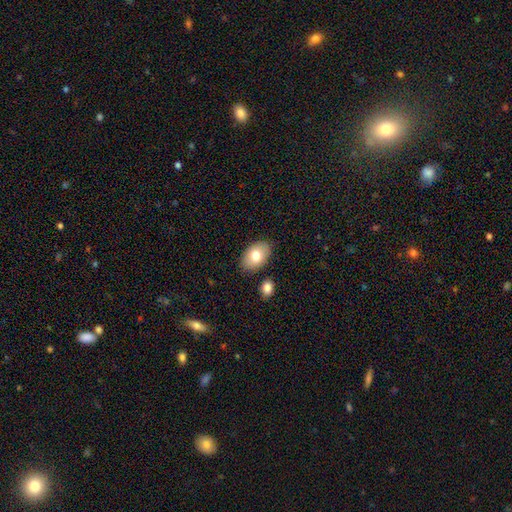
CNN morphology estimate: This is likely a smooth galaxy (77%). How rounded: clearly in between (89%). Merging: clearly none (84%).